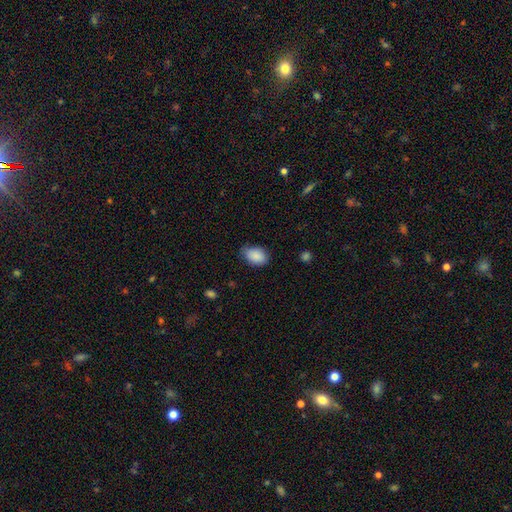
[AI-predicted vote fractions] Smooth or featured?
  - smooth: 88% *
  - star or artifact: 7%
  - featured or disk: 4%
How rounded?
  - in between: 83% *
  - round: 16%
  - cigar-shaped: 1%
Merging?
  - none: 67% *
  - minor disturbance: 28%
  - major disturbance: 4%
  - merger: 1%